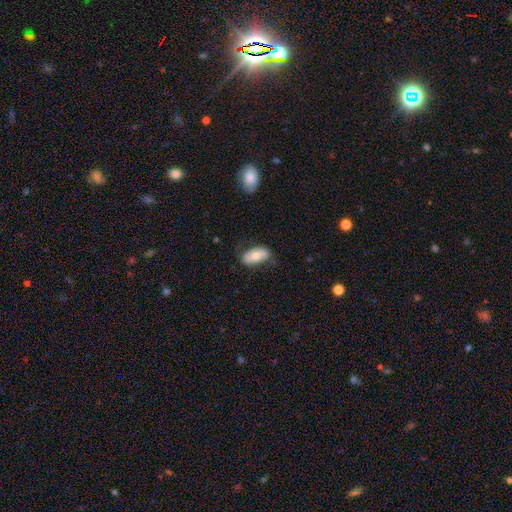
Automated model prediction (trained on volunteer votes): This appears to be a smooth galaxy with no disk features (63%) that is in between round and cigar-shaped (93%). Merging: none (66%).